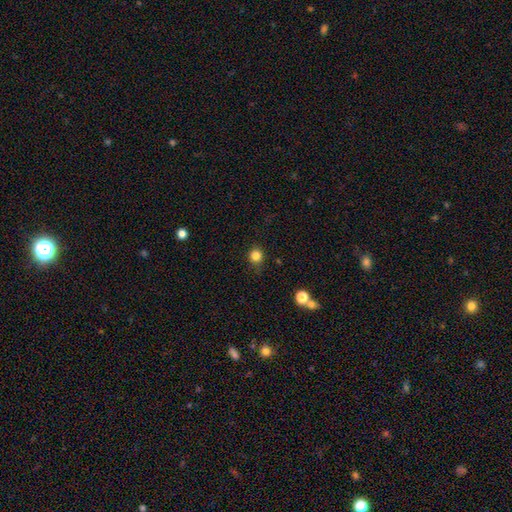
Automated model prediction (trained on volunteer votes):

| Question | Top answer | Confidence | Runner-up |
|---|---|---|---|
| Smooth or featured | smooth | 83% | star or artifact (12%) |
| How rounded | round | 90% | in between (9%) |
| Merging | none | 84% | minor disturbance (11%) |